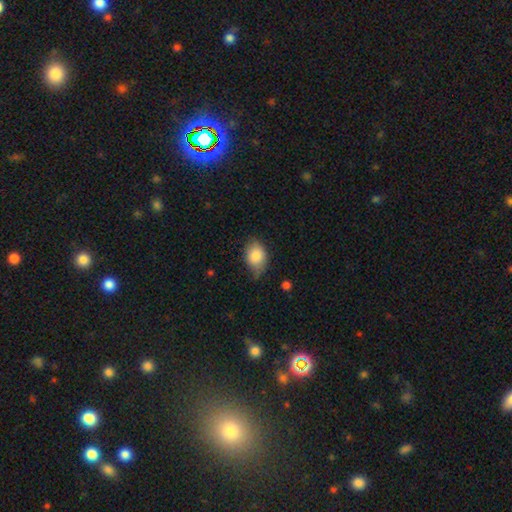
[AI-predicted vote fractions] A smooth galaxy with no disk features (84%) that is in between round and cigar-shaped (75%).

Vote fractions:
- Smooth or featured? smooth: 84% / featured or disk: 9% / star or artifact: 7%
- How rounded? in between: 75% / round: 24% / cigar-shaped: 1%
- Merging? none: 55% / minor disturbance: 35% / major disturbance: 8% / merger: 2%